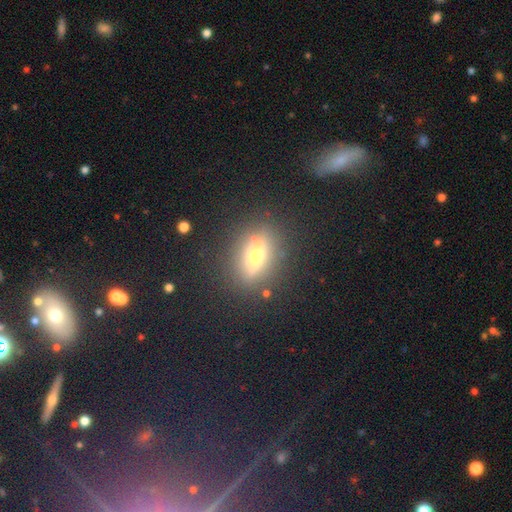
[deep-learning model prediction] smooth-or-featured: featured or disk: 52% | smooth: 35% | star or artifact: 13%
  disk-edge-on: yes: 79% | no: 21%
  merging: none: 83% | minor disturbance: 10% | major disturbance: 5% | merger: 2%